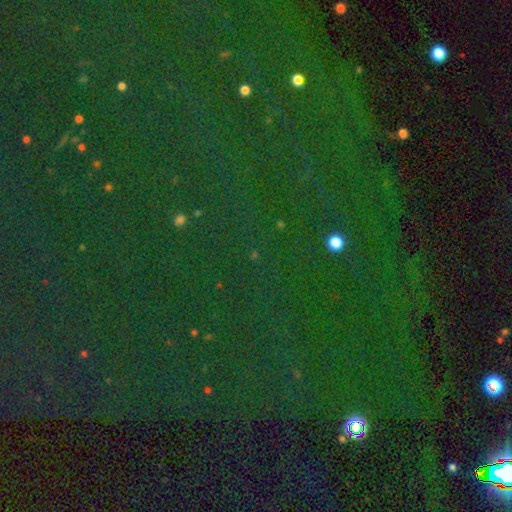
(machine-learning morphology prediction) type=star or artifact (79%).